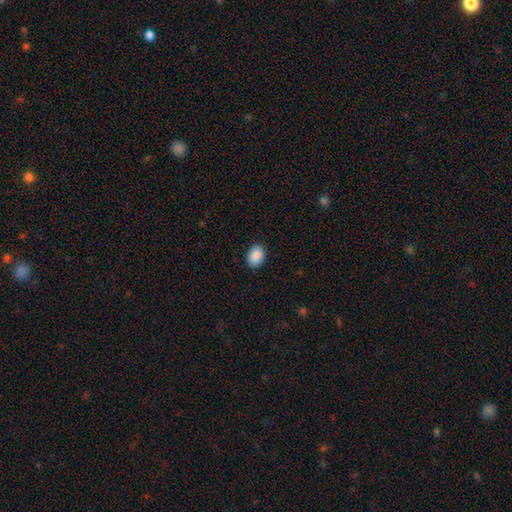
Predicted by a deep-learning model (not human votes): A smooth galaxy with no disk features (90%) that is in between round and cigar-shaped (70%).

Vote fractions:
- Smooth or featured? smooth: 90% / star or artifact: 7% / featured or disk: 3%
- How rounded? in between: 70% / round: 29% / cigar-shaped: 1%
- Merging? none: 88% / minor disturbance: 9% / major disturbance: 2% / merger: 1%